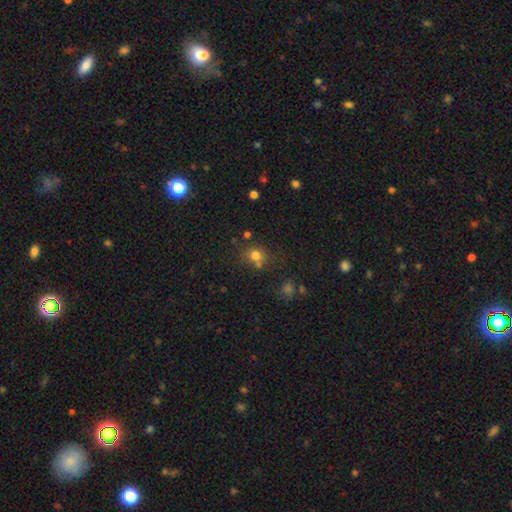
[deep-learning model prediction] Smooth or featured?
  - smooth: 74% *
  - star or artifact: 17%
  - featured or disk: 9%
How rounded?
  - round: 79% *
  - in between: 20%
  - cigar-shaped: 1%
Merging?
  - none: 62% *
  - merger: 19%
  - minor disturbance: 14%
  - major disturbance: 6%